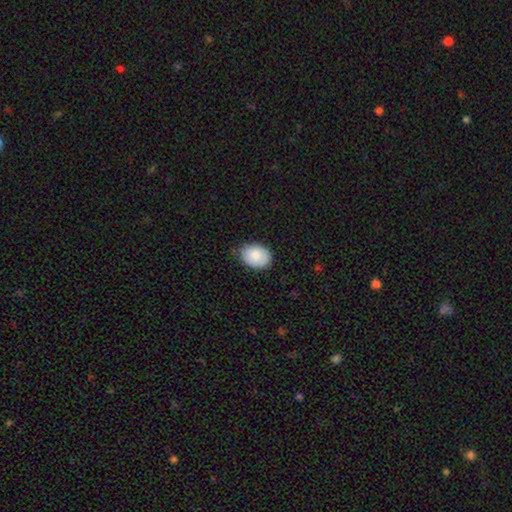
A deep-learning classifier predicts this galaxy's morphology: smooth 83%, featured or disk 10%, star or artifact 7%. Down the decision tree: how rounded — in between (72%); merging — none (79%).